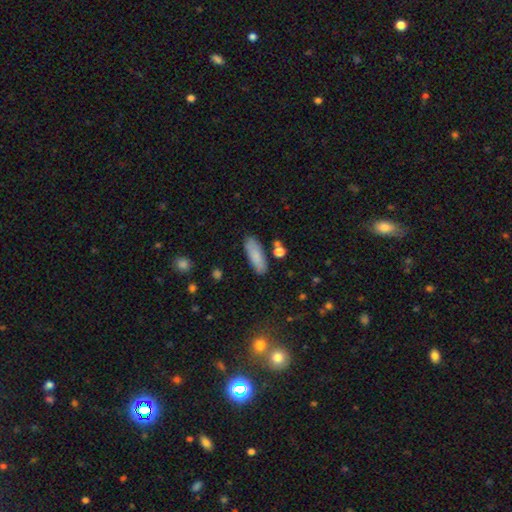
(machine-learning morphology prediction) Smooth or featured? smooth (83%)
How rounded? in between (59%)
Merging? none (82%)